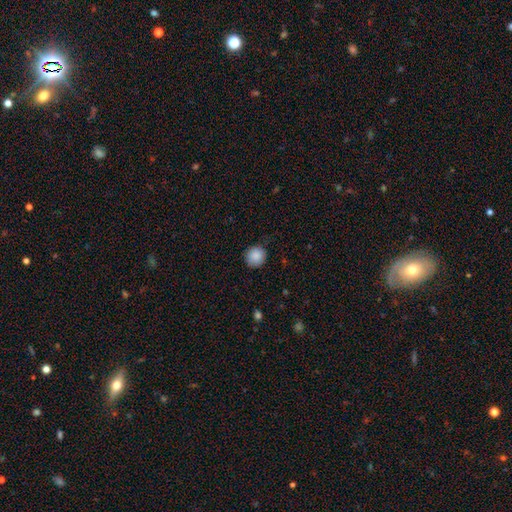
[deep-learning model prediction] Morphology: type=smooth (88%); roundness=round (91%); merging=none (84%).